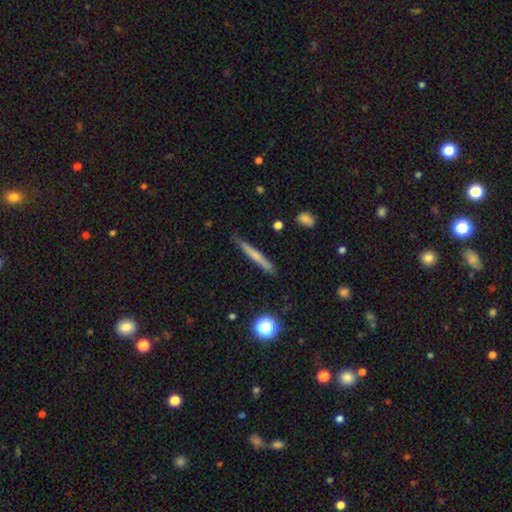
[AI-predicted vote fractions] A smooth galaxy with no disk features (57%) that is cigar-shaped (95%).

Vote fractions:
- Smooth or featured? smooth: 57% / featured or disk: 36% / star or artifact: 7%
- How rounded? cigar-shaped: 95% / in between: 3% / round: 2%
- Merging? none: 84% / minor disturbance: 12% / major disturbance: 2% / merger: 2%